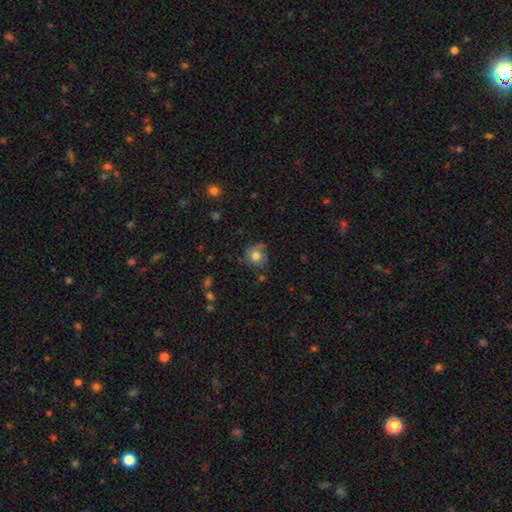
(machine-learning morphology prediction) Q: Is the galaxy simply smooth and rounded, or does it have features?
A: smooth — 79%.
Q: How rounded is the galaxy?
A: round — 85%.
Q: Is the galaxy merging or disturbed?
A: none — 69%.